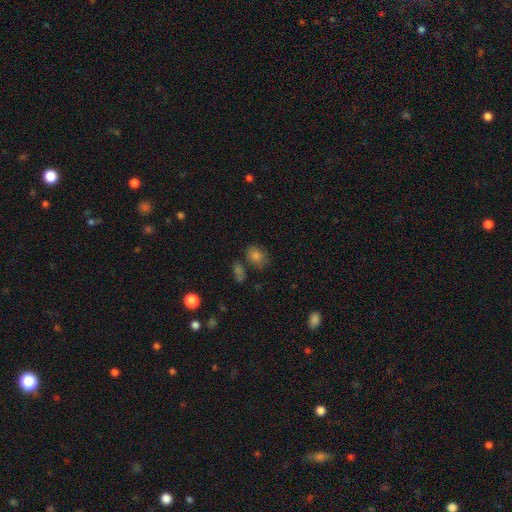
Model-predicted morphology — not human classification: Smooth or featured: smooth — 78% (star or artifact — 14%)
How rounded: in between — 59% (round — 40%)
Merging: none — 69% (minor disturbance — 15%)